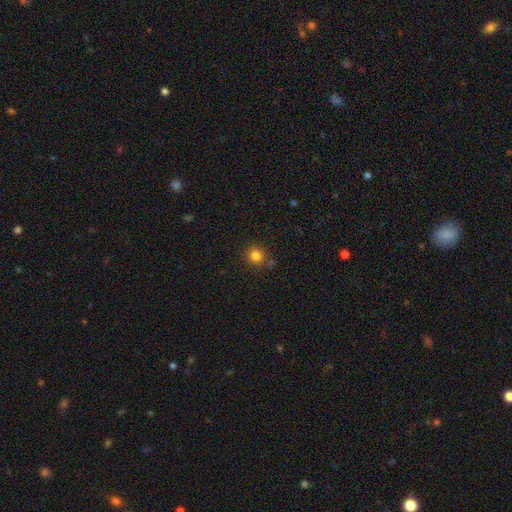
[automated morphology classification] A smooth galaxy with no disk features (82%) that is round (92%). Merging: none (82%).